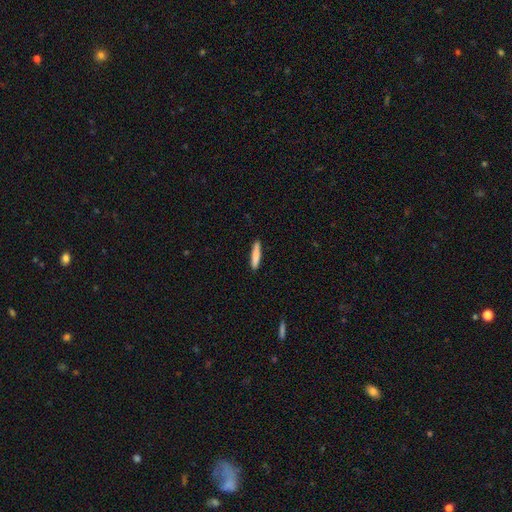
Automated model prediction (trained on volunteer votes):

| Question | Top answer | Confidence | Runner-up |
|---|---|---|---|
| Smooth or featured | smooth | 83% | featured or disk (12%) |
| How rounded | cigar-shaped | 89% | in between (9%) |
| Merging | none | 90% | minor disturbance (7%) |